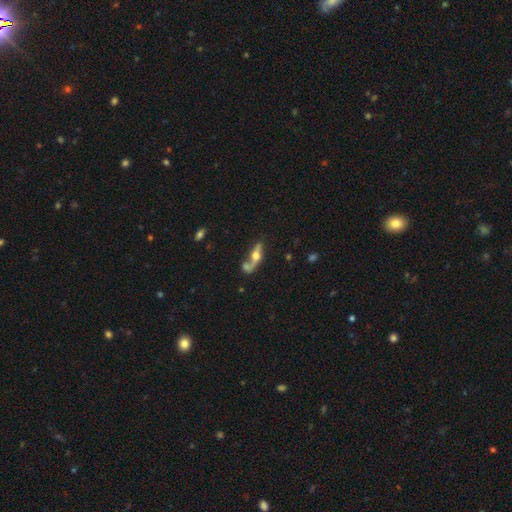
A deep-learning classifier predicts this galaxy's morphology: Smooth or featured? featured or disk (60%)
Edge-on disk? yes (72%)
Merging? none (44%)